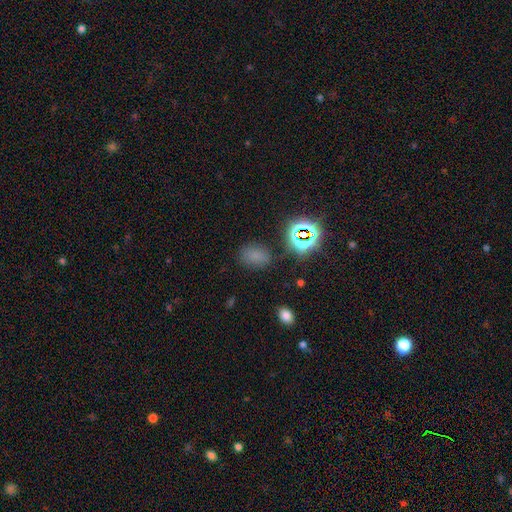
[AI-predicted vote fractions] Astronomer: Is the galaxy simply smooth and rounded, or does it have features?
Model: smooth — 66%.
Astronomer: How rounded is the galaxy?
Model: in between — 77%.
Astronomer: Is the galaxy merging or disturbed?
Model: none — 77%.